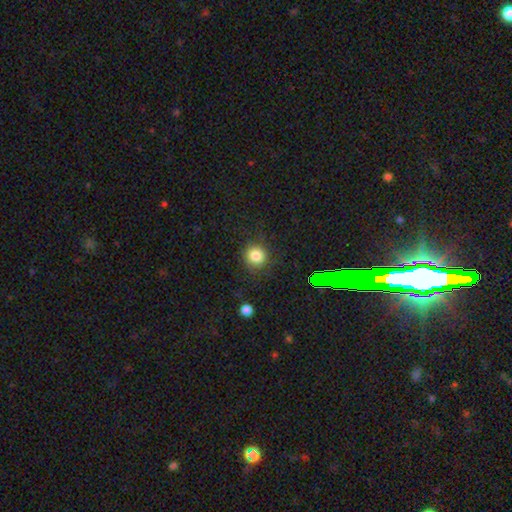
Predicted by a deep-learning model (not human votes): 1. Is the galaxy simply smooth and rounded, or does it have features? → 82% smooth, 13% star or artifact, 5% featured or disk.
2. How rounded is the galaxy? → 92% round, 8% in between, 1% cigar-shaped.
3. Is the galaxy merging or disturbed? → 85% none, 9% minor disturbance, 4% major disturbance, 2% merger.